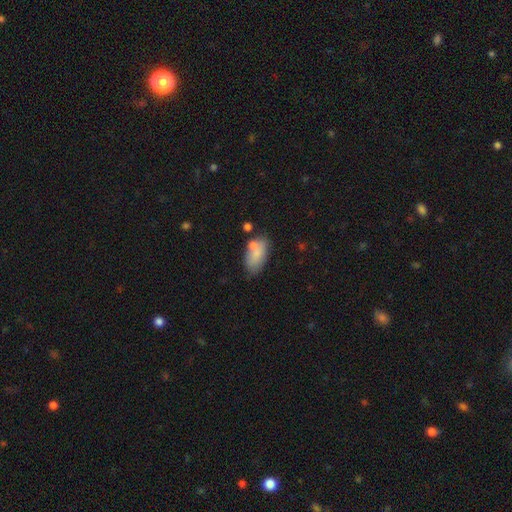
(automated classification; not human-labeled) Smooth or featured: smooth — 77% (featured or disk — 15%)
How rounded: in between — 92% (round — 4%)
Merging: none — 58% (minor disturbance — 21%)